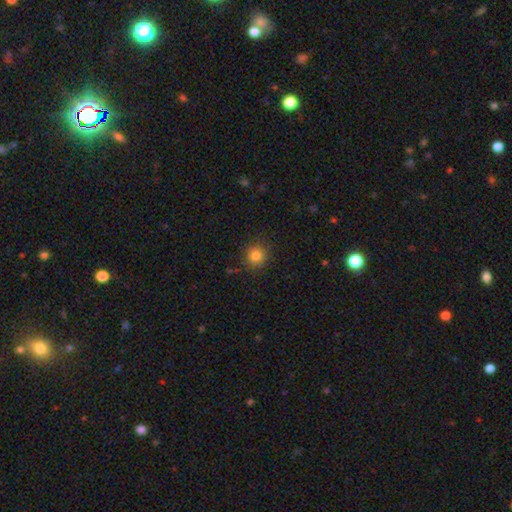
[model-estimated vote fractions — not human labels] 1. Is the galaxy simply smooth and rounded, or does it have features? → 82% smooth, 12% star or artifact, 6% featured or disk.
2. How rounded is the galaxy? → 92% round, 7% in between, 1% cigar-shaped.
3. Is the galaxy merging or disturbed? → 88% none, 8% minor disturbance, 3% major disturbance, 1% merger.